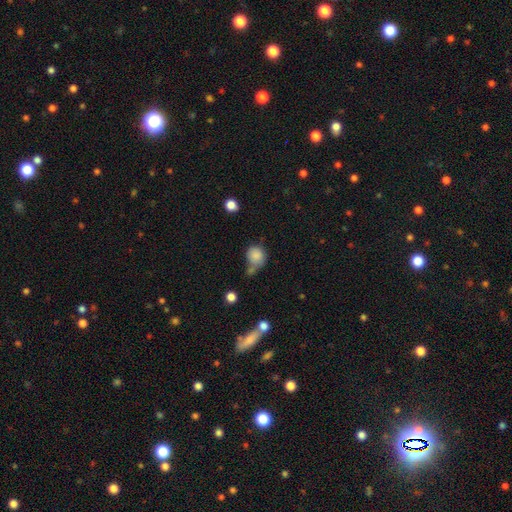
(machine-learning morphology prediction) Smooth or featured?
  - smooth: 84% *
  - star or artifact: 9%
  - featured or disk: 7%
How rounded?
  - round: 80% *
  - in between: 19%
  - cigar-shaped: 1%
Merging?
  - none: 44% *
  - merger: 26%
  - minor disturbance: 20%
  - major disturbance: 9%